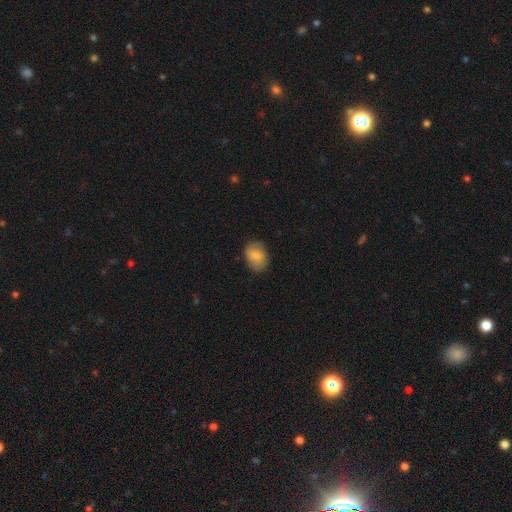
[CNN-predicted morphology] smooth 81%, featured or disk 12%, star or artifact 7%. Down the decision tree: how rounded — in between (69%); merging — none (75%).